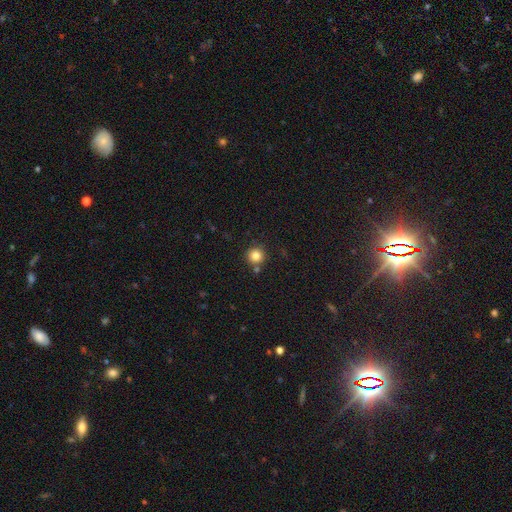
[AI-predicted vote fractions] smooth_or_featured: smooth (p=0.83) [alt: star or artifact p=0.11]
how_rounded: round (p=0.95) [alt: in between p=0.04]
merging: none (p=0.81) [alt: merger p=0.09]